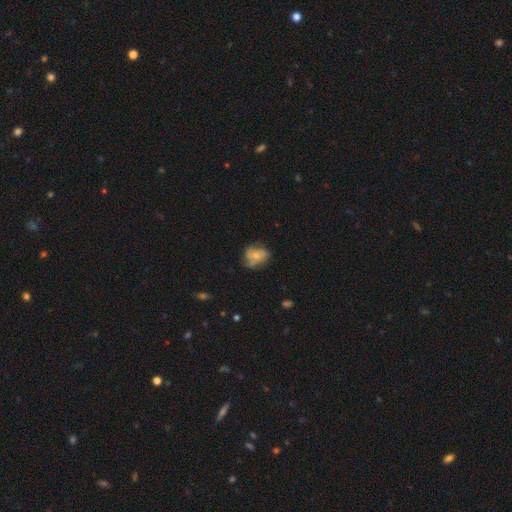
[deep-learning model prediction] This appears to be a featured or disk galaxy (46%). Merging: none (49%).